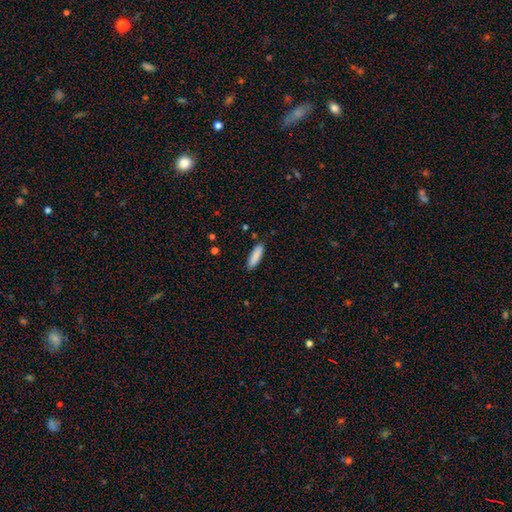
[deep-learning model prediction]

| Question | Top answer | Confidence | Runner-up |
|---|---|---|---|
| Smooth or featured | smooth | 88% | star or artifact (6%) |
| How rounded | cigar-shaped | 56% | in between (42%) |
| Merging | none | 86% | minor disturbance (11%) |